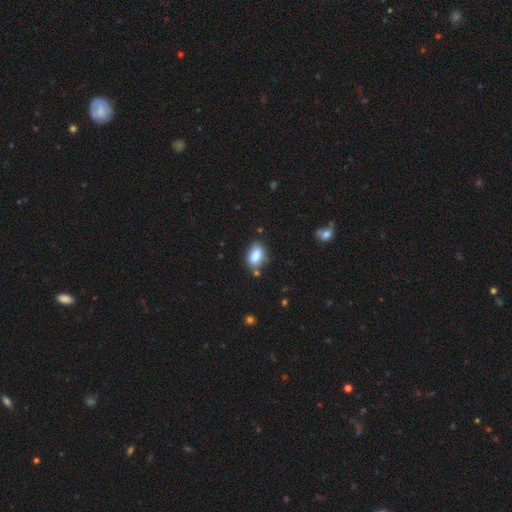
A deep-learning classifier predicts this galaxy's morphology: The model was most divided on "merging": none: 70%, minor disturbance: 19%, merger: 7%, major disturbance: 4%. More confident: how rounded — in between (88%); smooth or featured — smooth (83%).